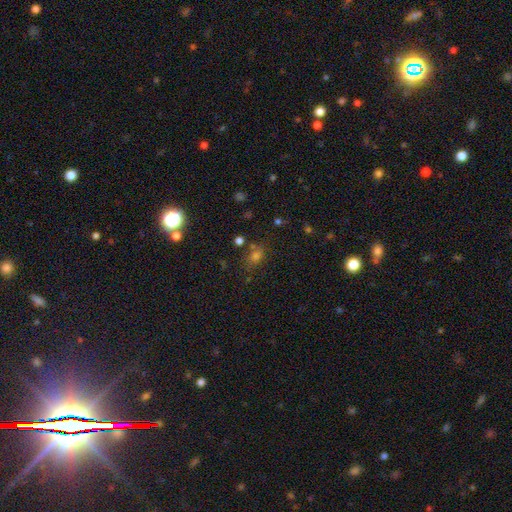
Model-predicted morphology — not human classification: Overall: smooth (57%; star or artifact 34%). How rounded: in between (54%; round 43%). Merging: none (69%).